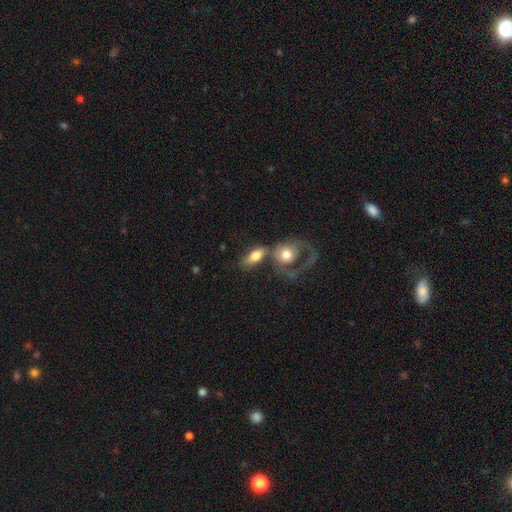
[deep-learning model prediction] Smooth or featured? smooth (67%)
How rounded? in between (81%)
Merging? merger (47%)